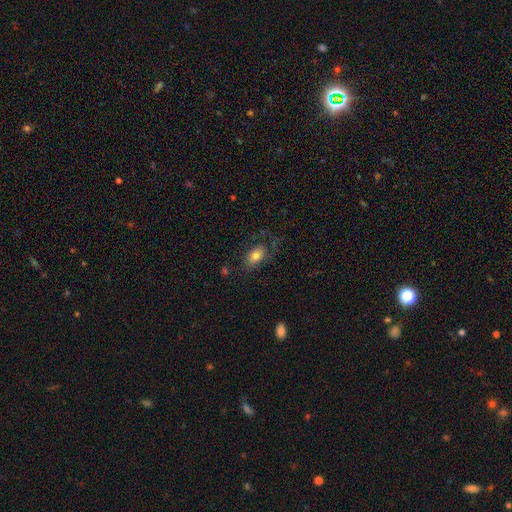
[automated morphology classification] Smooth or featured?
  - smooth: 77% *
  - featured or disk: 14%
  - star or artifact: 9%
How rounded?
  - in between: 87% *
  - round: 11%
  - cigar-shaped: 2%
Merging?
  - none: 68% *
  - minor disturbance: 19%
  - major disturbance: 11%
  - merger: 2%